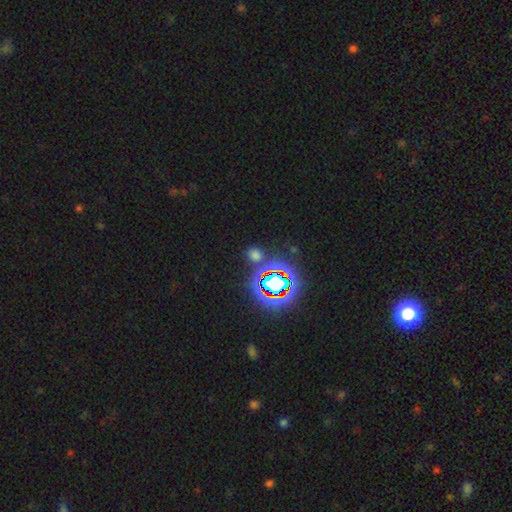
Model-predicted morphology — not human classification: The model was most divided on "smooth or featured": smooth: 48%, star or artifact: 44%, featured or disk: 8%. More confident: merging — none (79%).